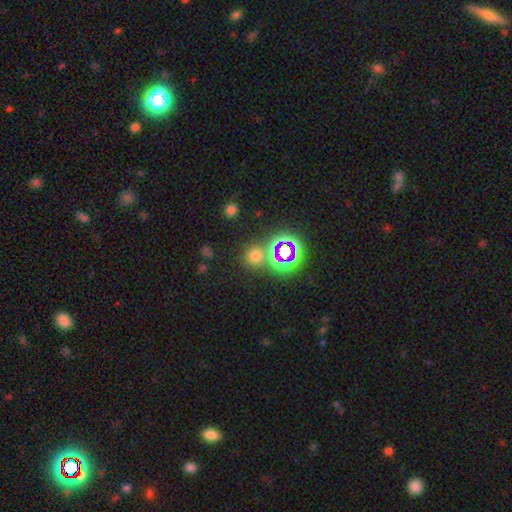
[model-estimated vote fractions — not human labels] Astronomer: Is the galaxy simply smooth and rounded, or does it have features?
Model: smooth — 55% (runner-up: star or artifact, 38%).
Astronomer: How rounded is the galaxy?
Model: round — 88%.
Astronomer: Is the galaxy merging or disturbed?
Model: none — 76%.